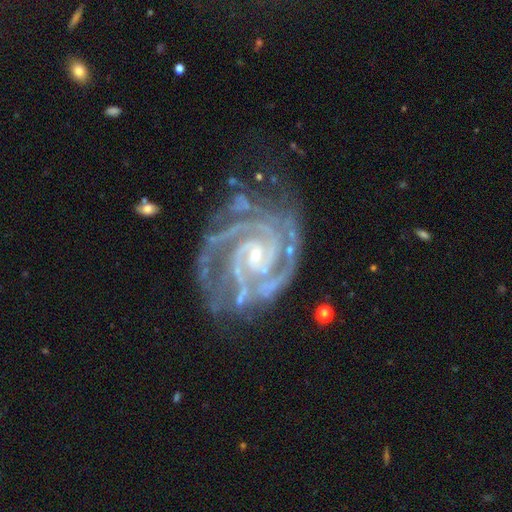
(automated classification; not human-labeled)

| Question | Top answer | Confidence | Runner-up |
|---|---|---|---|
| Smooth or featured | featured or disk | 93% | star or artifact (5%) |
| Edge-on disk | no | 98% | yes (2%) |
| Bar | no | 53% | weak (31%) |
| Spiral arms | yes | 99% | no (1%) |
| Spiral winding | tight | 74% | medium (24%) |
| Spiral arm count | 2 | 44% | 3 (27%) |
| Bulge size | small | 77% | moderate (19%) |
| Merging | none | 63% | minor disturbance (23%) |